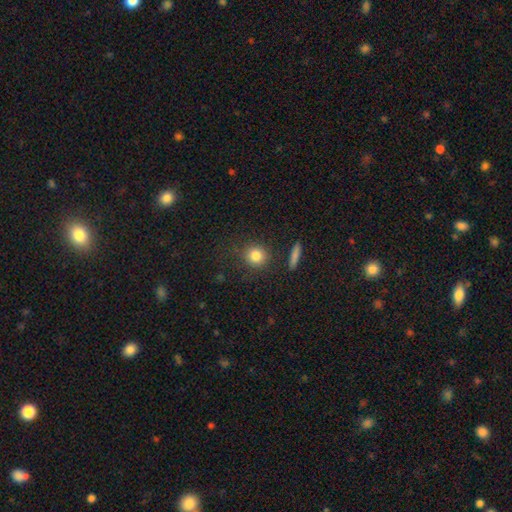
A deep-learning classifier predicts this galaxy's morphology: Smooth or featured? smooth (83%)
How rounded? round (89%)
Merging? none (84%)